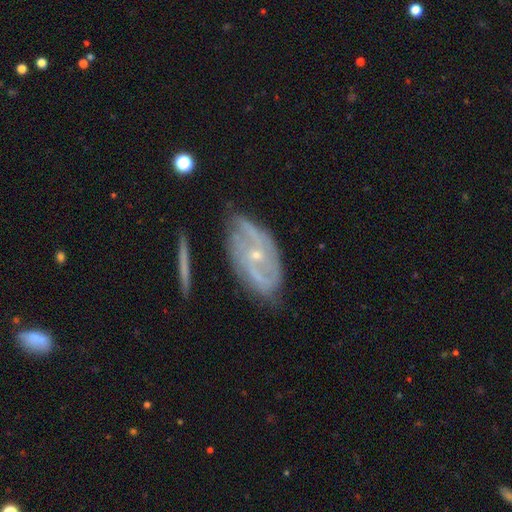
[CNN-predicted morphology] Smooth or featured?
  - featured or disk: 80% *
  - smooth: 13%
  - star or artifact: 7%
Edge-on disk?
  - no: 92% *
  - yes: 8%
Bar?
  - no: 63% *
  - weak: 28%
  - strong: 9%
Spiral arms?
  - yes: 85% *
  - no: 15%
Spiral winding?
  - tight: 42% *
  - medium: 38%
  - loose: 20%
Spiral arm count?
  - 2: 46% *
  - can't tell: 31%
  - 3: 12%
  - 1: 4%
  - 4: 4%
  - more than 4: 3%
Bulge size?
  - small: 71% *
  - moderate: 26%
  - none: 1%
  - large: 1%
  - dominant: 1%
Merging?
  - none: 61% *
  - minor disturbance: 27%
  - major disturbance: 9%
  - merger: 4%